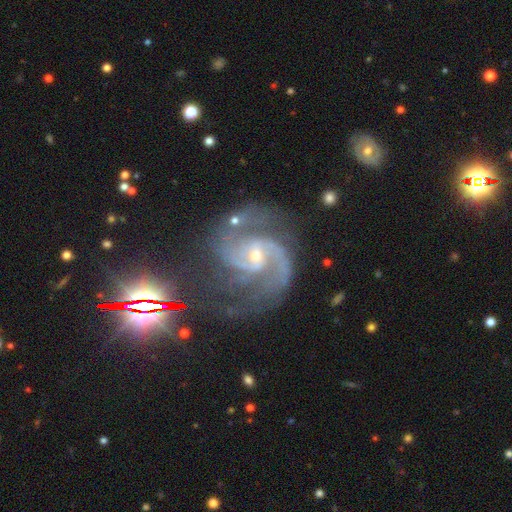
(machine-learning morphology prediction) This is clearly a featured or disk galaxy (92%). It is clearly not viewed edge-on (98%). Bar: possibly weak (47%). Spiral arm pattern: clearly yes (98%). Spiral arm count: clearly 2 (83%). Spiral winding: likely medium (61%). Central bulge: possibly small (58%). Merging: likely none (61%).